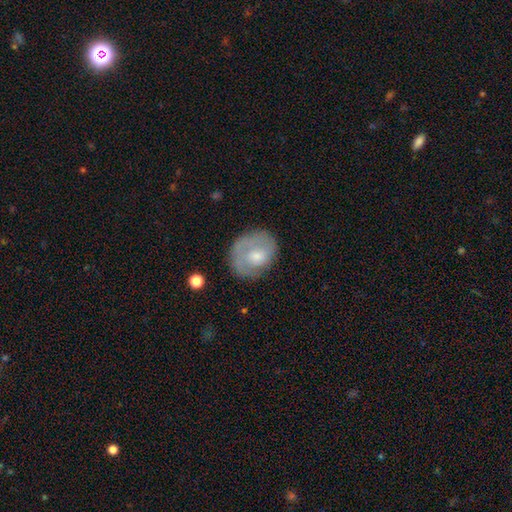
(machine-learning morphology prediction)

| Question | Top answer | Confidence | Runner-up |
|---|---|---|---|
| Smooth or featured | smooth | 47% | featured or disk (45%) |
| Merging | none | 66% | minor disturbance (22%) |